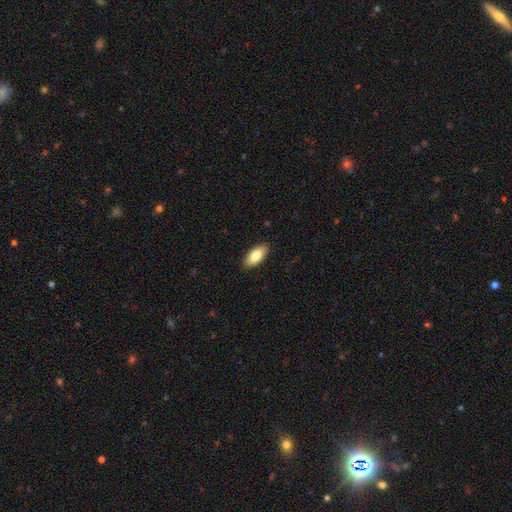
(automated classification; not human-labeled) Smooth or featured?
  - smooth: 82% *
  - featured or disk: 12%
  - star or artifact: 6%
How rounded?
  - in between: 88% *
  - cigar-shaped: 10%
  - round: 2%
Merging?
  - none: 89% *
  - minor disturbance: 9%
  - major disturbance: 2%
  - merger: 1%